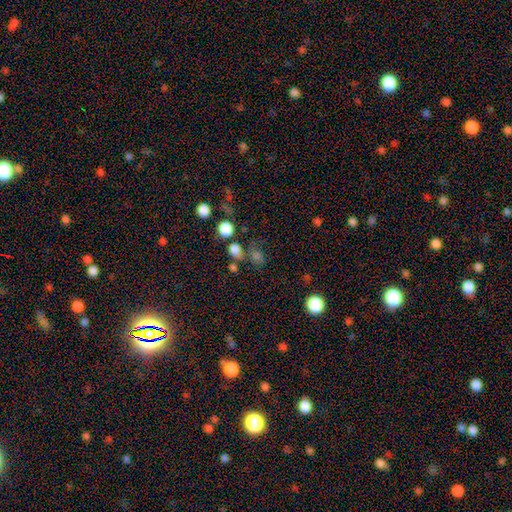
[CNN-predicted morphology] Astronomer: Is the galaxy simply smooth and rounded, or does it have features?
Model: smooth — 48% (runner-up: star or artifact, 41%).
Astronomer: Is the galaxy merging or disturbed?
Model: none — 62%.